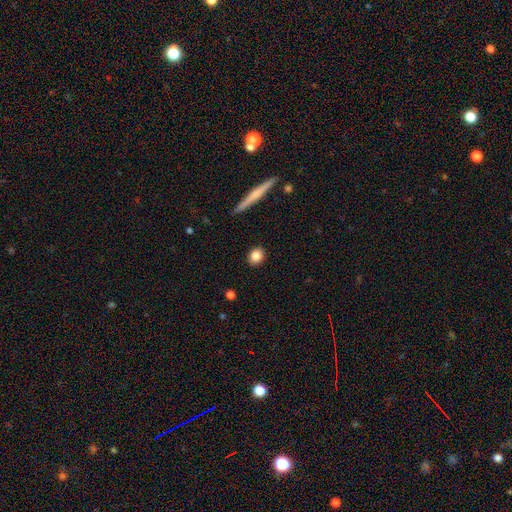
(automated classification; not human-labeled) This appears to be a smooth galaxy with no disk features (84%) that is round (61%). Merging: none (89%).